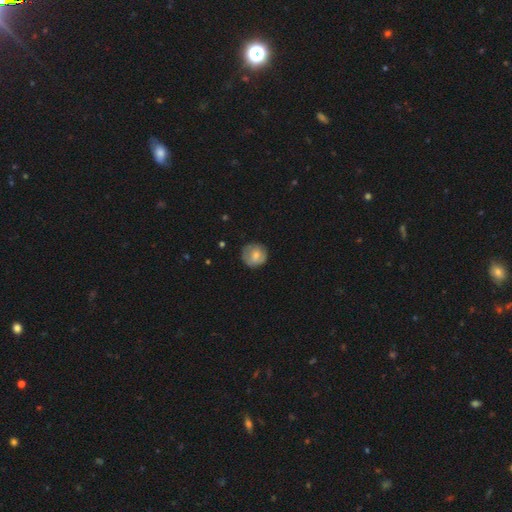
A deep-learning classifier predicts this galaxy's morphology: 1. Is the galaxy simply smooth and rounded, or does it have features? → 70% smooth, 23% featured or disk, 7% star or artifact.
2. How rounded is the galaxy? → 88% round, 11% in between, 1% cigar-shaped.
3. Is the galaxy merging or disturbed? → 73% none, 20% minor disturbance, 6% major disturbance, 1% merger.